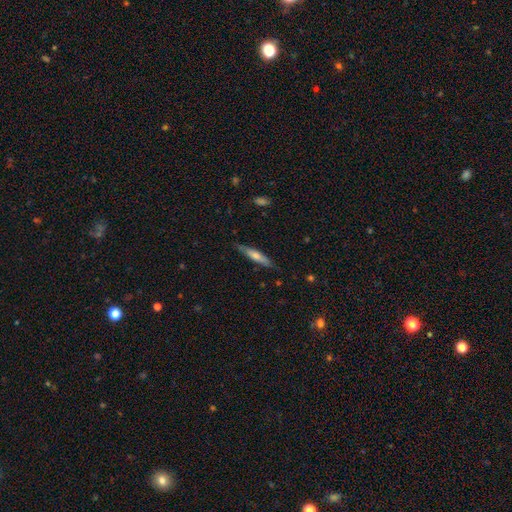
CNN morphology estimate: smooth_or_featured: smooth (p=0.51) [alt: featured or disk p=0.43]
how_rounded: cigar-shaped (p=0.85) [alt: in between p=0.13]
merging: none (p=0.80) [alt: minor disturbance p=0.16]